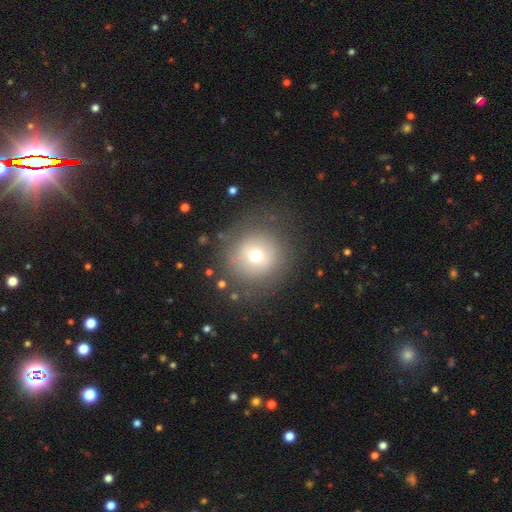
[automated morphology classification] Q: Smooth or featured?
A: smooth (65%); runner-up: featured or disk (20%)
Q: How rounded?
A: round (93%); runner-up: in between (6%)
Q: Merging?
A: none (80%); runner-up: minor disturbance (11%)